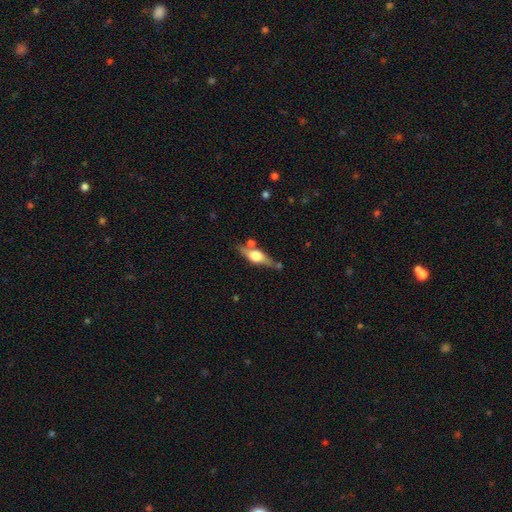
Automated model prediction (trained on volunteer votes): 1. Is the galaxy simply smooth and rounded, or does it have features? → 66% featured or disk, 28% smooth, 6% star or artifact.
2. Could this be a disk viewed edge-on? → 93% yes, 7% no.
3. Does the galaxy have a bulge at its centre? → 93% rounded, 5% boxy, 1% none.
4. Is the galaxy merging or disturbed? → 74% none, 14% minor disturbance, 8% merger, 4% major disturbance.